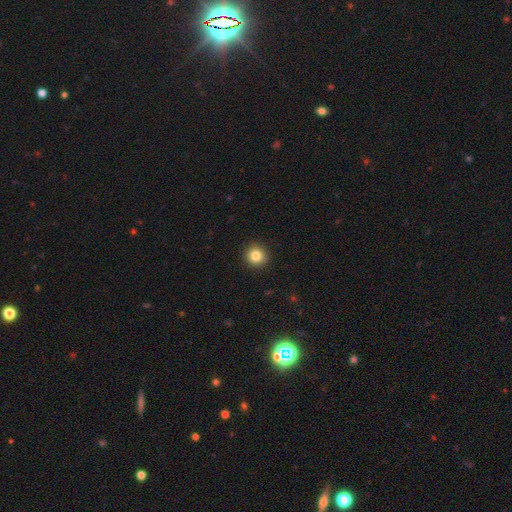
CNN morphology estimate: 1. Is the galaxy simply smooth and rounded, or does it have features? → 84% smooth, 10% star or artifact, 5% featured or disk.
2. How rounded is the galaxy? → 94% round, 5% in between, 1% cigar-shaped.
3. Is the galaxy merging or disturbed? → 92% none, 5% minor disturbance, 2% major disturbance, 1% merger.